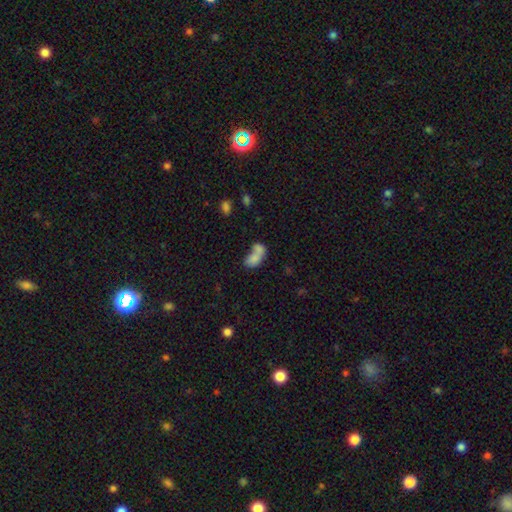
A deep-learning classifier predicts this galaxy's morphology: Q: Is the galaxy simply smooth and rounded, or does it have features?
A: smooth — 76%.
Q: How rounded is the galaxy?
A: in between — 82%.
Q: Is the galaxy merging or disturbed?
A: merger — 71%.